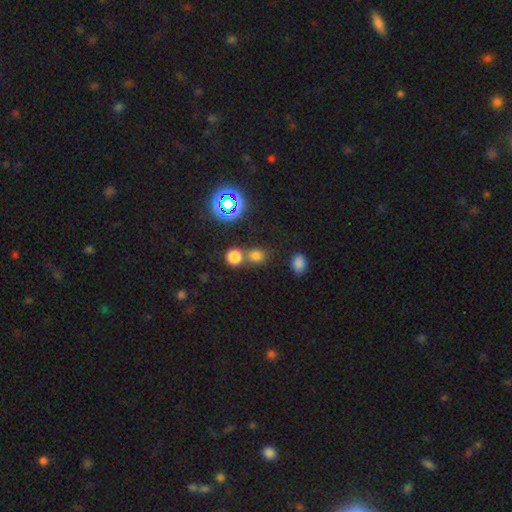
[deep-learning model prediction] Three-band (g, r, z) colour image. It shows a smooth galaxy with no disk features (69%) that is round (75%). Merging: none (58%).